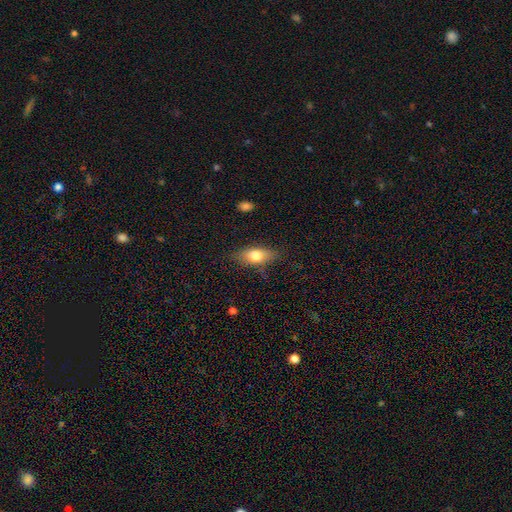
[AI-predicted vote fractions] smooth 74%, featured or disk 18%, star or artifact 7%. Down the decision tree: how rounded — in between (83%); merging — none (78%).